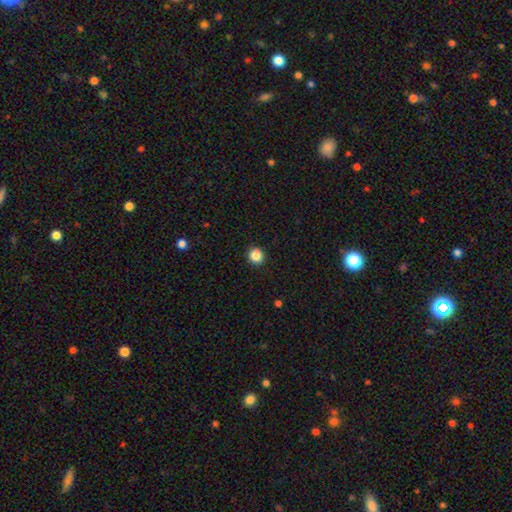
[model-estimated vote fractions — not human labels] The model was most divided on "smooth or featured": smooth: 86%, star or artifact: 11%, featured or disk: 3%. More confident: merging — none (92%); how rounded — round (89%).